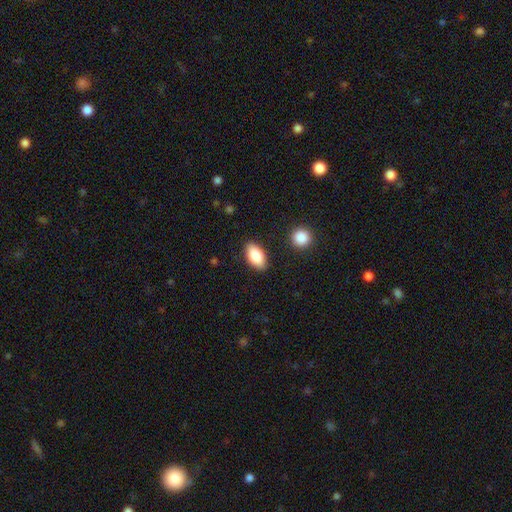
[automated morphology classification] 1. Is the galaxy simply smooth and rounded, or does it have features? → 84% smooth, 9% featured or disk, 7% star or artifact.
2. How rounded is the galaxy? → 92% in between, 4% round, 3% cigar-shaped.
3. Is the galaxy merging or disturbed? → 86% none, 10% minor disturbance, 2% major disturbance, 2% merger.